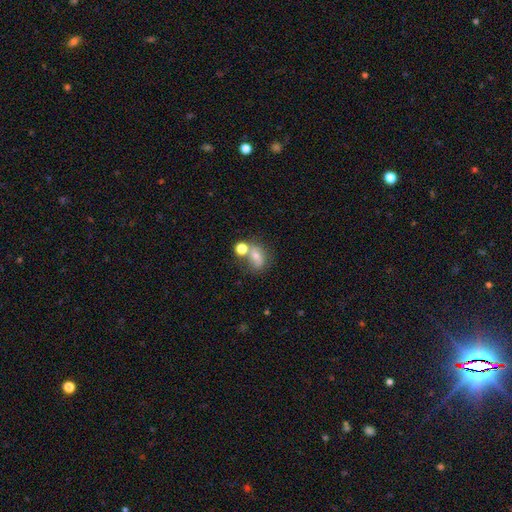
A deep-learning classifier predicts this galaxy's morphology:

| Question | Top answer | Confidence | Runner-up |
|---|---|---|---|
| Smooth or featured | smooth | 59% | featured or disk (27%) |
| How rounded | in between | 53% | round (45%) |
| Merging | none | 40% | merger (35%) |